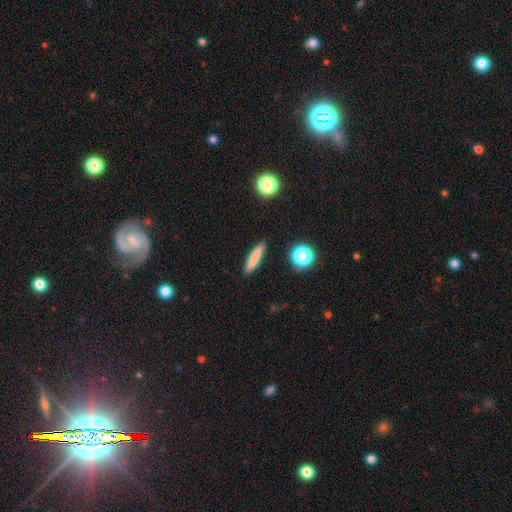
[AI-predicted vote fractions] Q: Smooth or featured?
A: smooth (77%); runner-up: featured or disk (14%)
Q: How rounded?
A: cigar-shaped (88%); runner-up: in between (9%)
Q: Merging?
A: none (90%); runner-up: minor disturbance (7%)